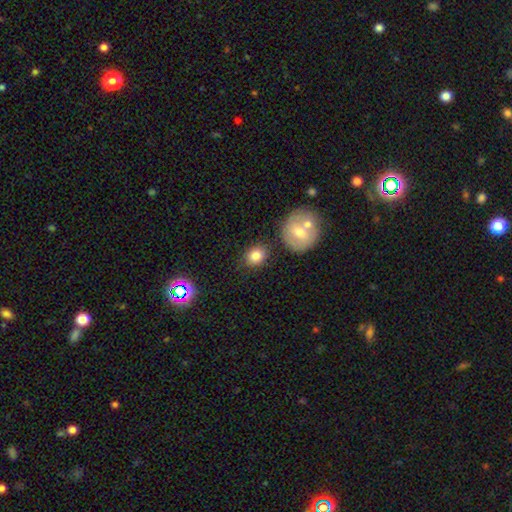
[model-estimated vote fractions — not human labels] This appears to be a smooth galaxy with no disk features (83%) that is round (63%). Merging: none (76%).